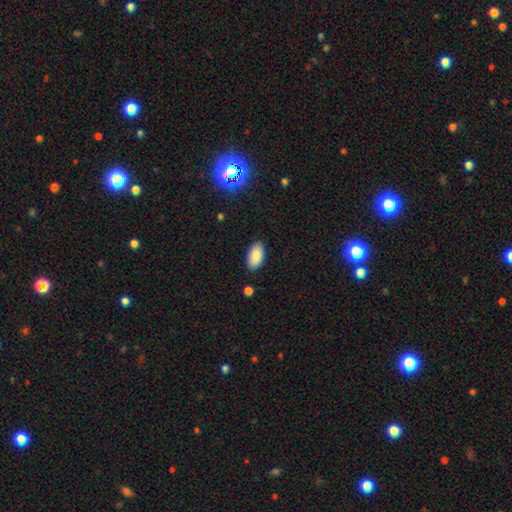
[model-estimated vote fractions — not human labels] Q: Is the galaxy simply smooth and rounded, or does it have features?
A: smooth — 86%.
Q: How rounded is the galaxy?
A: in between — 95%.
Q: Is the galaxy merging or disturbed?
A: none — 87%.